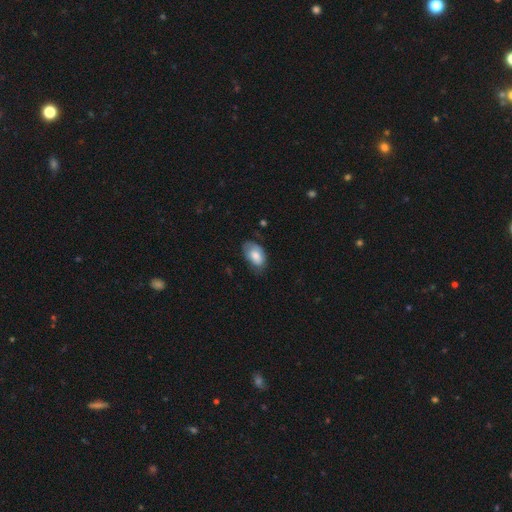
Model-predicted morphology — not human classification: smooth_or_featured: smooth (p=0.77) [alt: featured or disk p=0.17]
how_rounded: in between (p=0.92) [alt: round p=0.06]
merging: none (p=0.59) [alt: minor disturbance p=0.31]